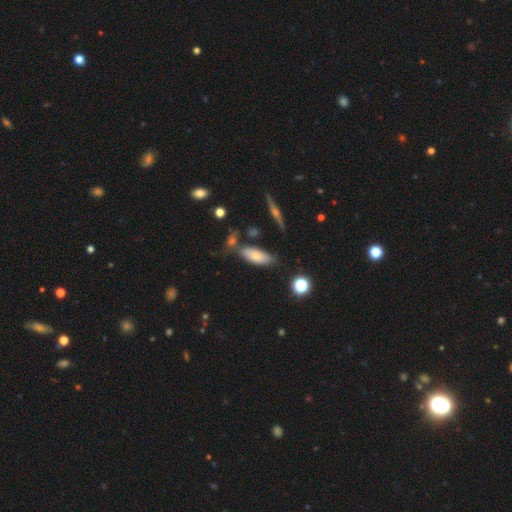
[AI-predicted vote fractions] smooth-or-featured: smooth: 70% | featured or disk: 21% | star or artifact: 9%
  how-rounded: in between: 75% | cigar-shaped: 22% | round: 3%
  merging: none: 65% | minor disturbance: 19% | merger: 12% | major disturbance: 5%